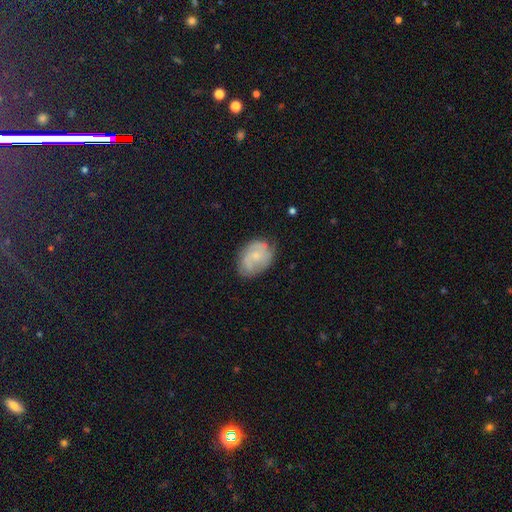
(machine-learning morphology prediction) This is possibly a featured or disk galaxy (54%). It is clearly not viewed edge-on (97%). Bar: likely no (75%). Spiral arm pattern: likely yes (75%). Central bulge: likely small (68%). Merging: likely none (67%).